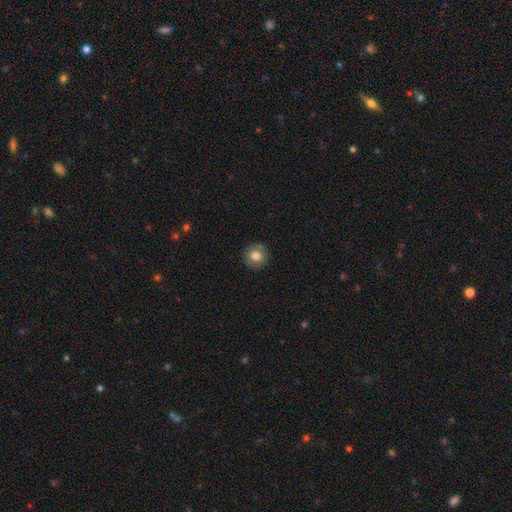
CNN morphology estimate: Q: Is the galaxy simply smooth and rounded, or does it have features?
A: smooth — 79%.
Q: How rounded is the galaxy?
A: round — 91%.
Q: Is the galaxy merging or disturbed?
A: none — 86%.